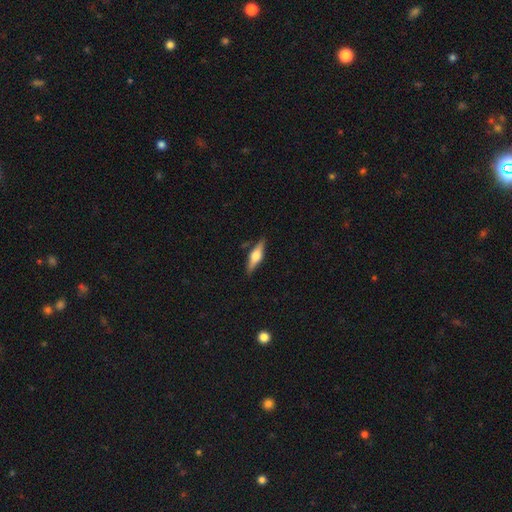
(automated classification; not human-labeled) A featured or disk galaxy (60%) viewed edge-on (95%) with a rounded central bulge (92%). Merging: none (86%).